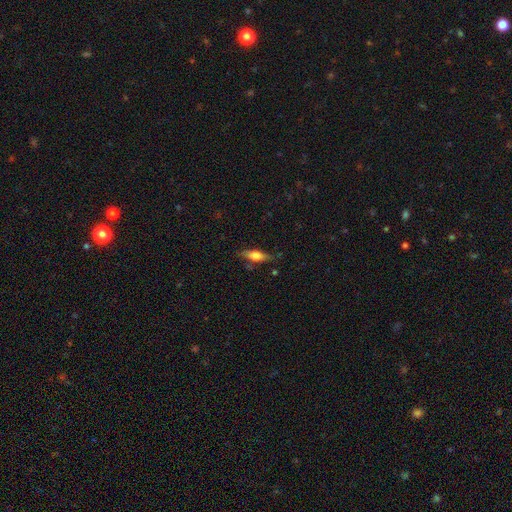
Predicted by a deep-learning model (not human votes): Smooth or featured: smooth — 49% (featured or disk — 43%)
Merging: none — 76% (minor disturbance — 17%)